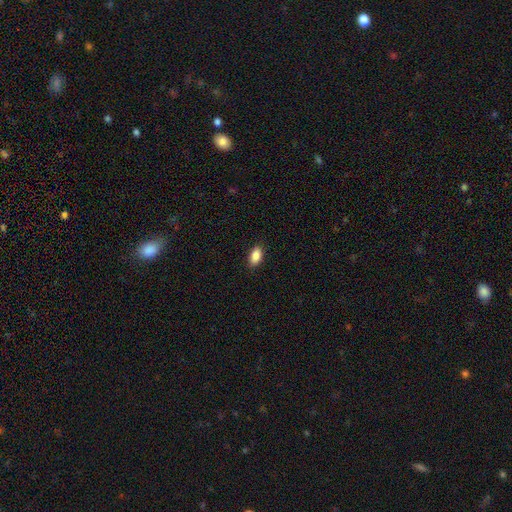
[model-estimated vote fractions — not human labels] Q: Smooth or featured?
A: smooth (88%); runner-up: star or artifact (7%)
Q: How rounded?
A: in between (92%); runner-up: round (5%)
Q: Merging?
A: none (88%); runner-up: minor disturbance (9%)